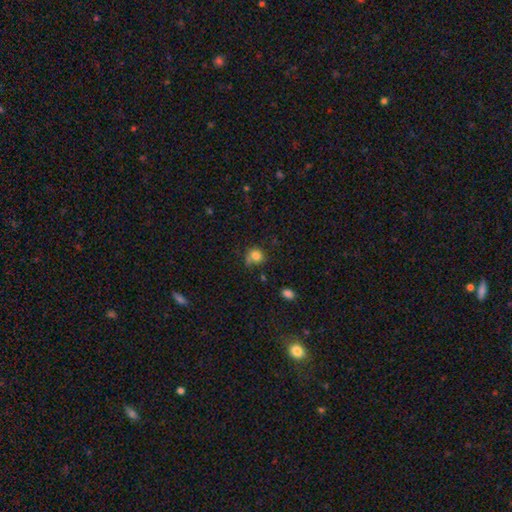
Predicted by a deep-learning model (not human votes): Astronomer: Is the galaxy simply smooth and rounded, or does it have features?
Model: smooth — 80%.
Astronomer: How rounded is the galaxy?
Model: round — 77%.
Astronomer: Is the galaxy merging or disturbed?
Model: none — 54%.